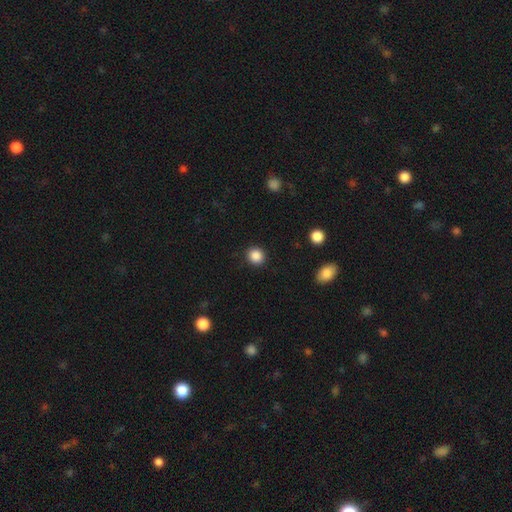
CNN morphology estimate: A smooth galaxy with no disk features (87%) that is round (90%). Merging: none (91%).